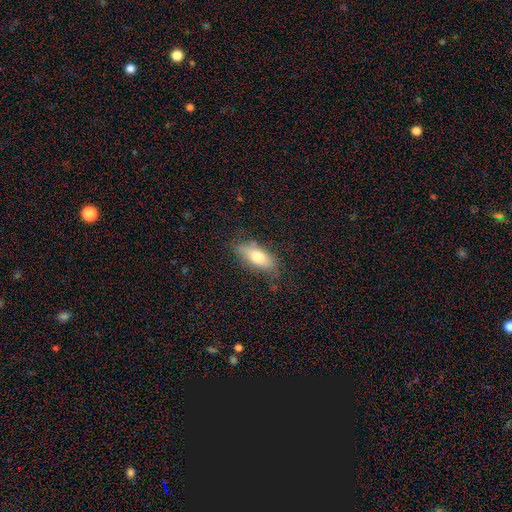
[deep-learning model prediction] A smooth galaxy with no disk features (69%) that is in between round and cigar-shaped (74%). Merging: none (71%).